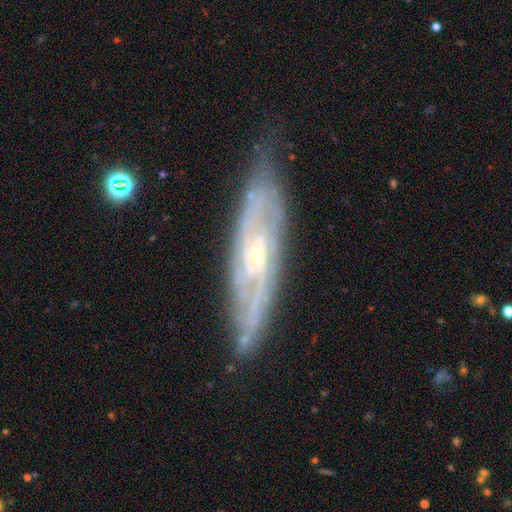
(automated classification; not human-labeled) Morphology: type=featured or disk (84%); edge-on=no (72%); bar=no (57%); spiral arms=yes (91%); winding=tight (56%); arm count=can't tell (44%); bulge=small (68%); merging=none (76%).